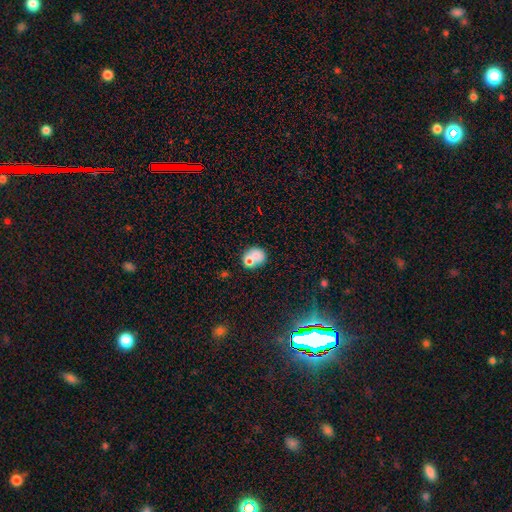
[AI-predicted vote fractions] Morphology: type=smooth (73%); roundness=round (69%); merging=merger (45%).